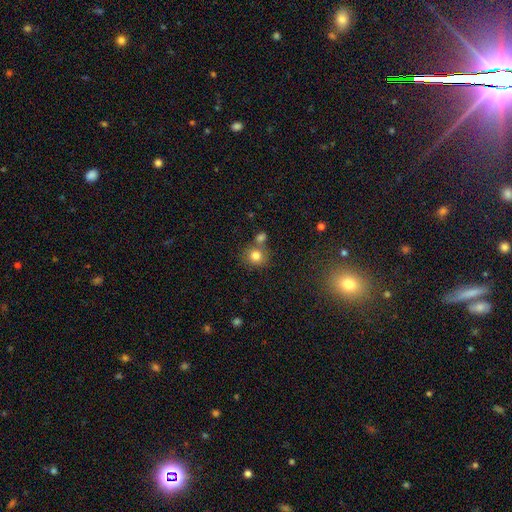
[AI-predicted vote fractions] Overall: smooth (80%). How rounded: round (83%). Merging: none (61%; merger 23%).